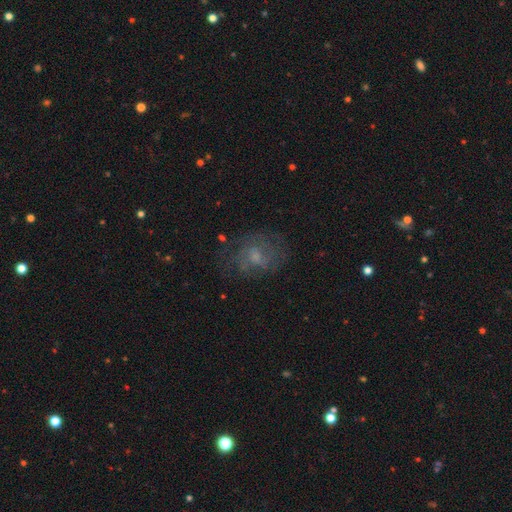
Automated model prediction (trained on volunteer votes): This appears to be a featured or disk galaxy (49%). Merging: none (68%).